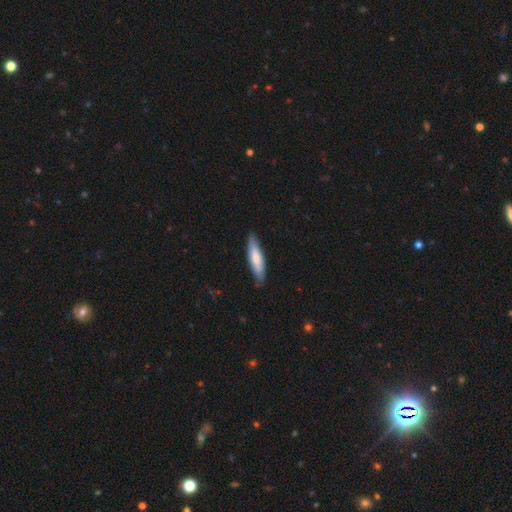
Smooth or featured?
  - smooth: 72% *
  - featured or disk: 25%
  - star or artifact: 2%
How rounded?
  - cigar-shaped: 79% *
  - in between: 21%
  - round: 0%
Merging?
  - none: 85% *
  - minor disturbance: 13%
  - merger: 3%
  - major disturbance: 0%